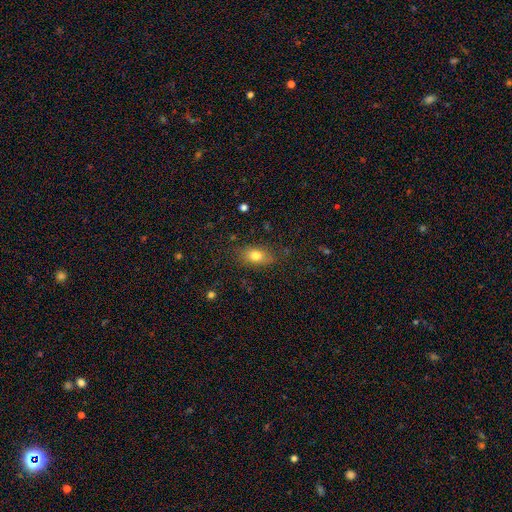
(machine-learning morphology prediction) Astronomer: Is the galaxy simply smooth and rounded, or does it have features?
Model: smooth — 78%.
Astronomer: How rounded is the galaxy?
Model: in between — 81%.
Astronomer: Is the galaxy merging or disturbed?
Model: none — 79%.